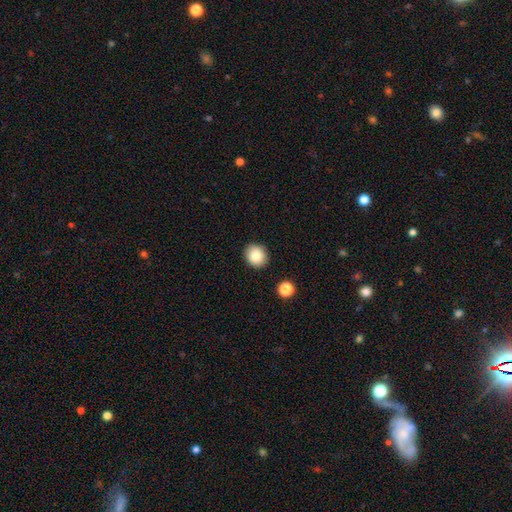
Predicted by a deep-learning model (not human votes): smooth 84%, star or artifact 9%, featured or disk 7%. Down the decision tree: how rounded — round (73%); merging — none (89%).